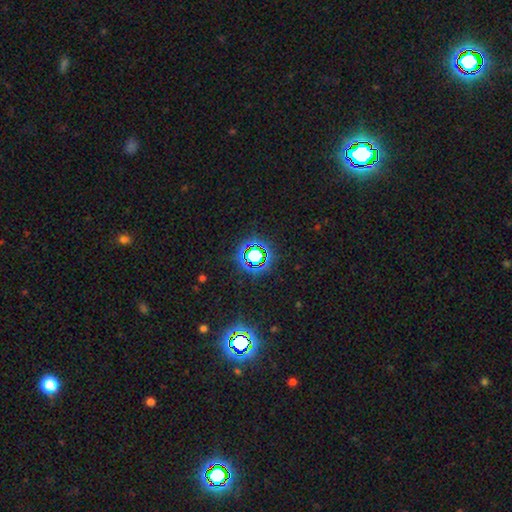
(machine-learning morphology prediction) Smooth or featured? star or artifact (72%)